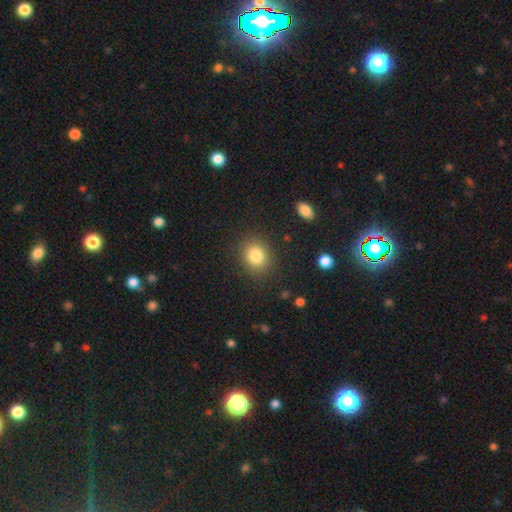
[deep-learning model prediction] smooth_or_featured: smooth (p=0.83) [alt: star or artifact p=0.11]
how_rounded: round (p=0.67) [alt: in between p=0.32]
merging: none (p=0.87) [alt: minor disturbance p=0.09]